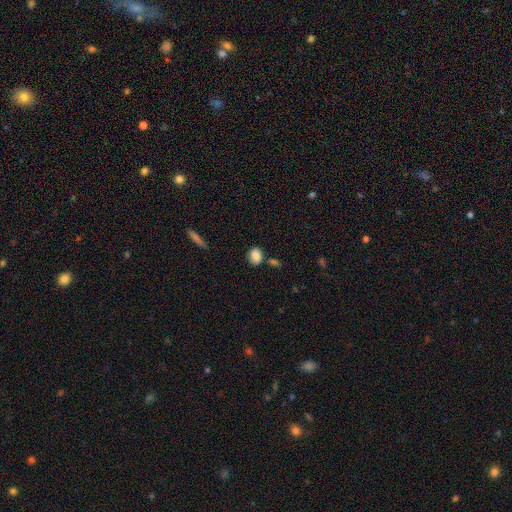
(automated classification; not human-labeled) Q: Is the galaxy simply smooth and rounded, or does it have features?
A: smooth — 86%.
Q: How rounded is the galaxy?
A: in between — 64%.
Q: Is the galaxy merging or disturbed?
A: none — 72%.